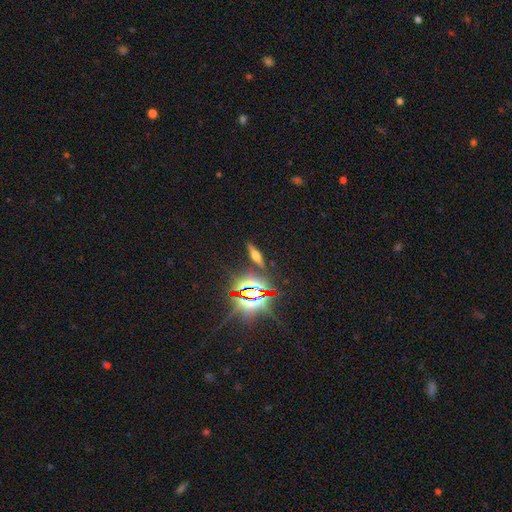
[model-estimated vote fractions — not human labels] Q: Smooth or featured?
A: featured or disk (39%); runner-up: star or artifact (31%)
Q: Merging?
A: none (85%); runner-up: minor disturbance (9%)